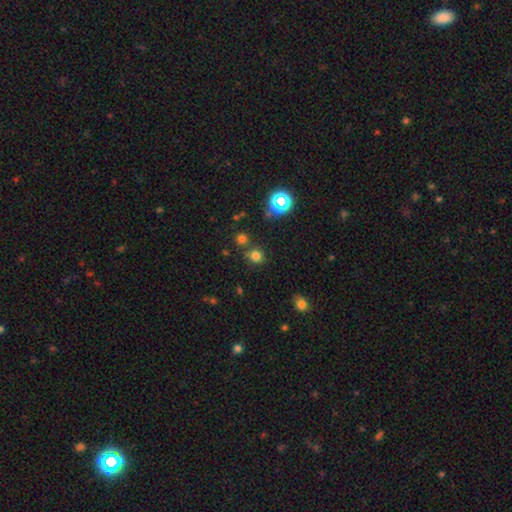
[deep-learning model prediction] Smooth or featured? Predicted: smooth (p=0.71). How rounded? Predicted: round (p=0.83). Merging? Predicted: none (p=0.69).